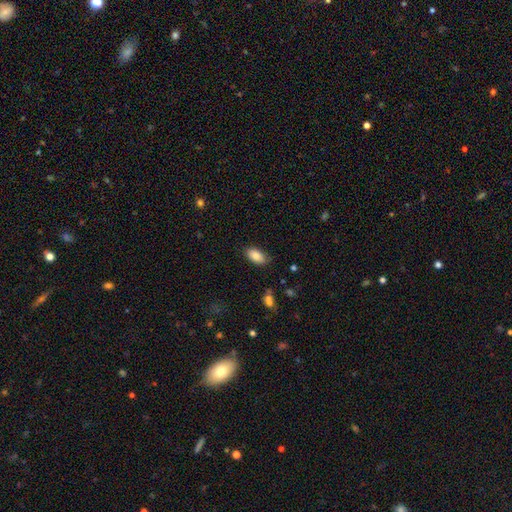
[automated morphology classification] Q: Smooth or featured?
A: smooth (85%); runner-up: featured or disk (8%)
Q: How rounded?
A: in between (92%); runner-up: cigar-shaped (4%)
Q: Merging?
A: none (82%); runner-up: minor disturbance (14%)